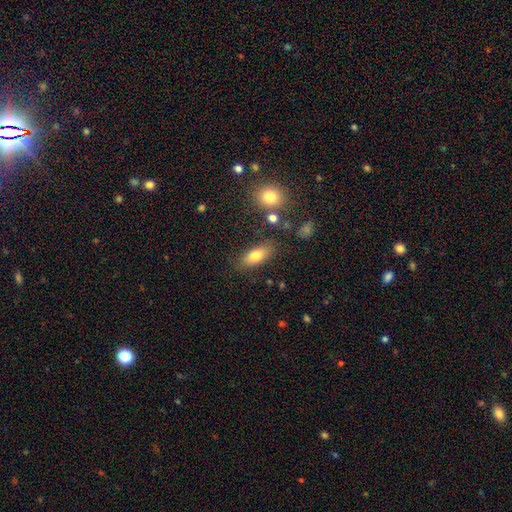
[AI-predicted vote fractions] A smooth galaxy with no disk features (77%) that is in between round and cigar-shaped (80%).

Vote fractions:
- Smooth or featured? smooth: 77% / featured or disk: 15% / star or artifact: 8%
- How rounded? in between: 80% / cigar-shaped: 15% / round: 4%
- Merging? none: 78% / minor disturbance: 13% / merger: 4% / major disturbance: 4%